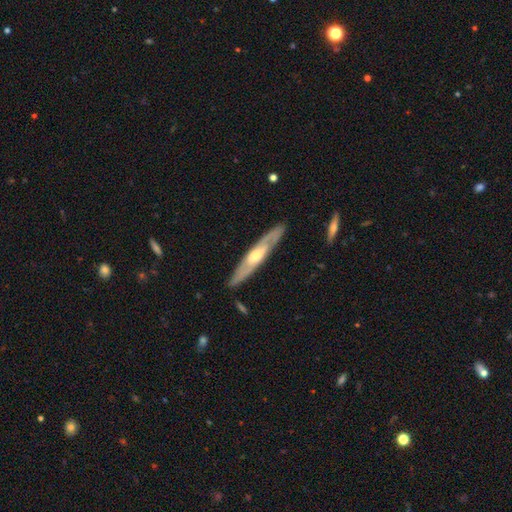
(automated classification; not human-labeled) Overall: featured or disk (70%). Edge-on disk: yes (65%; no 35%). Merging: none (86%).